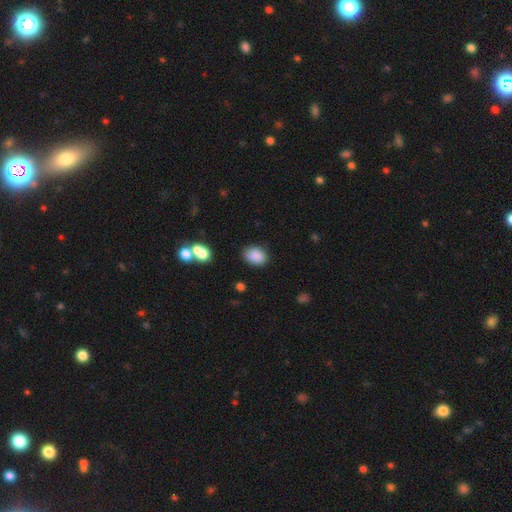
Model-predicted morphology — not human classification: Smooth or featured: smooth — 86% (star or artifact — 9%)
How rounded: in between — 66% (round — 33%)
Merging: none — 76% (minor disturbance — 16%)